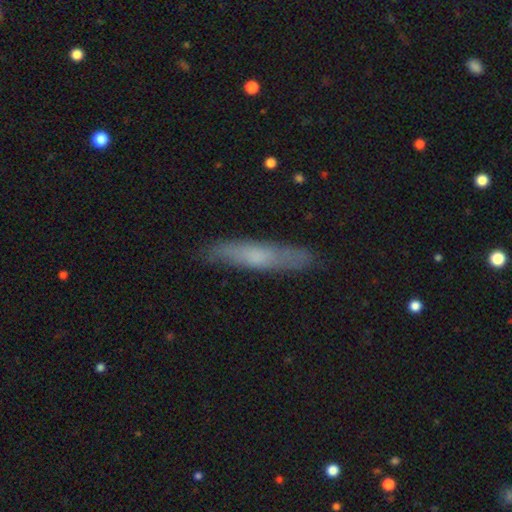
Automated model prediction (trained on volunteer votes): Smooth or featured: smooth — 59% (featured or disk — 34%)
How rounded: cigar-shaped — 87% (in between — 12%)
Merging: none — 82% (minor disturbance — 13%)